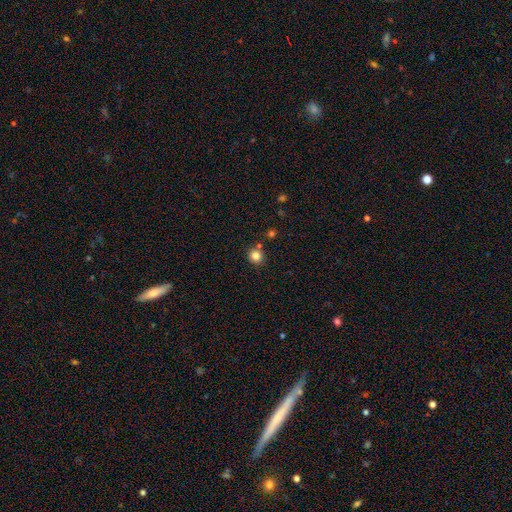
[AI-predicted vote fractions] Smooth or featured: smooth — 83% (star or artifact — 12%)
How rounded: round — 89% (in between — 10%)
Merging: none — 78% (merger — 10%)